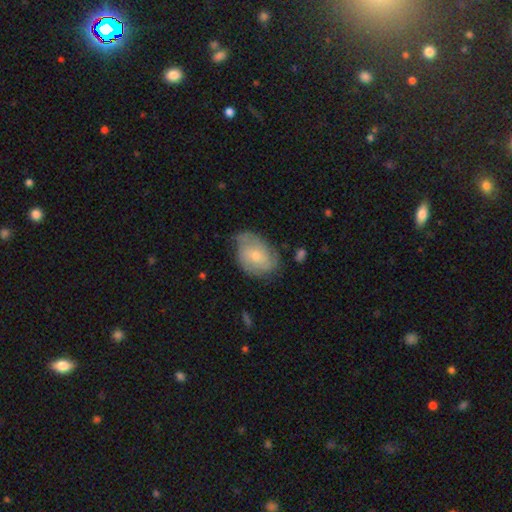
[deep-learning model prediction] Overall: featured or disk (48%; smooth 45%). Merging: none (57%; minor disturbance 31%).